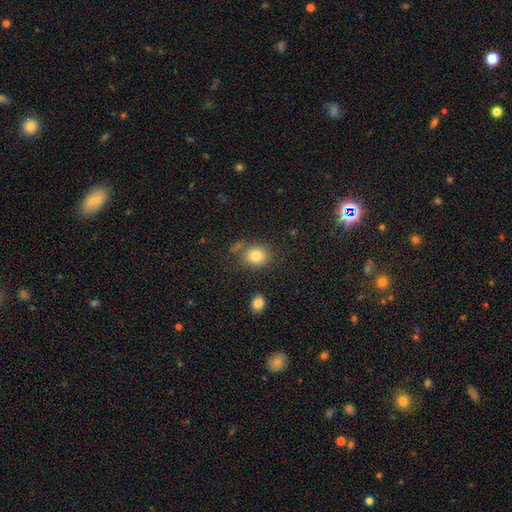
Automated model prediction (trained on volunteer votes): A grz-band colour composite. It shows a smooth galaxy with no disk features (81%) that is round (65%). Merging: none (74%).